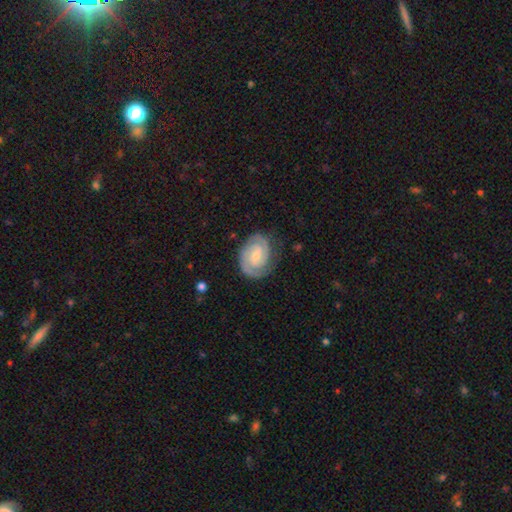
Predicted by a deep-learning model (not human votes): A featured or disk galaxy (86%) with a weak bar (48%), 2 (84%) tight (67%) spiral arms (98%) and a small central bulge (51%). Merging: none (79%).